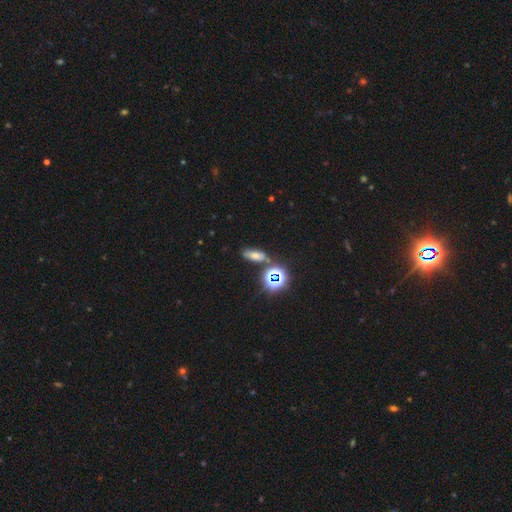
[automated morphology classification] smooth 50%, star or artifact 35%, featured or disk 15%. Down the decision tree: how rounded — in between (65%); merging — none (69%).